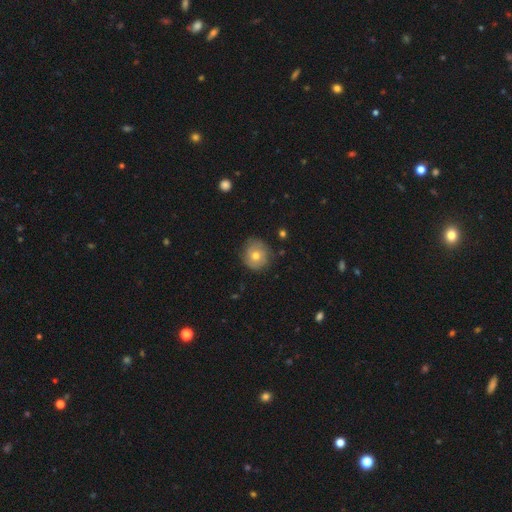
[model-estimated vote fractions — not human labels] smooth-or-featured: smooth: 58% | featured or disk: 34% | star or artifact: 8%
  how-rounded: round: 85% | in between: 14% | cigar-shaped: 1%
  merging: none: 77% | minor disturbance: 18% | major disturbance: 4% | merger: 1%